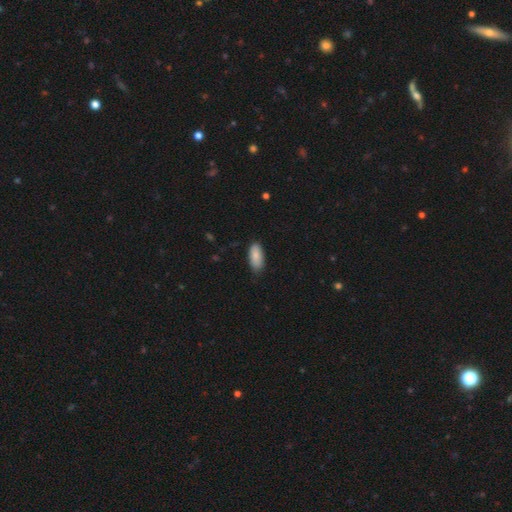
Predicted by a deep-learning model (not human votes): Smooth or featured? smooth (86%)
How rounded? in between (87%)
Merging? none (79%)